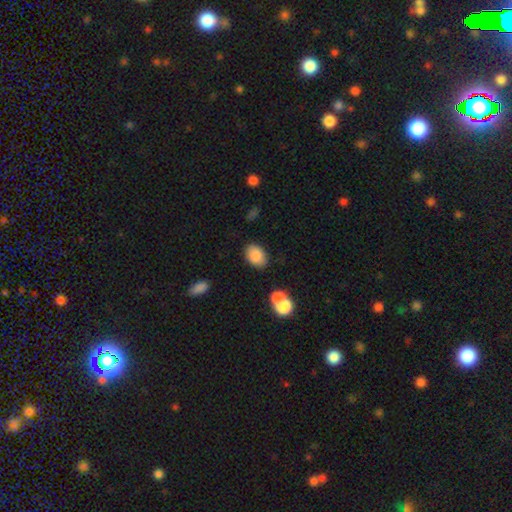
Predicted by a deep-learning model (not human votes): Smooth or featured: smooth — 85% (star or artifact — 8%)
How rounded: in between — 81% (round — 18%)
Merging: none — 81% (minor disturbance — 12%)